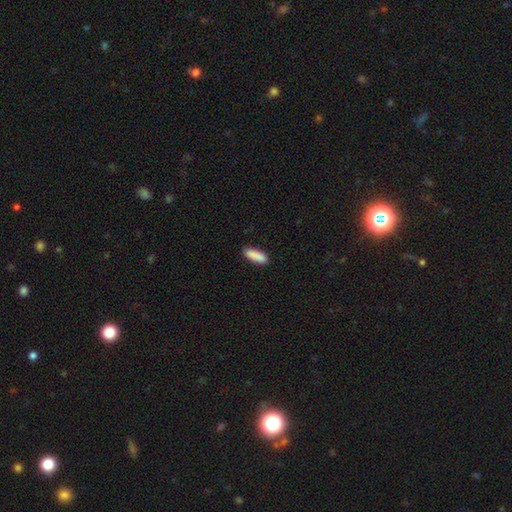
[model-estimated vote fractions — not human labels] smooth 90%, star or artifact 6%, featured or disk 4%. Down the decision tree: how rounded — in between (50%); merging — none (88%).